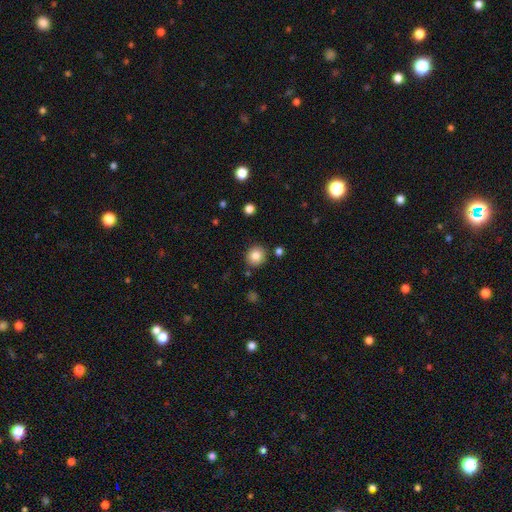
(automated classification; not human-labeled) Smooth or featured? smooth (84%)
How rounded? round (90%)
Merging? none (87%)